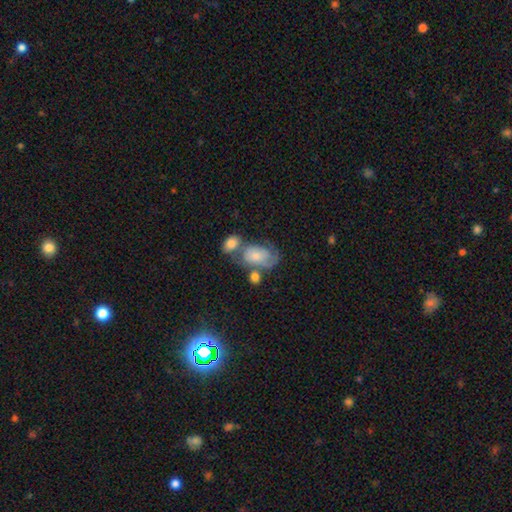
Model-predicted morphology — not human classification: The model was most divided on "merging": none: 38%, merger: 33%, minor disturbance: 17%, major disturbance: 12%. More confident: edge-on disk — no (95%); smooth or featured — featured or disk (51%).